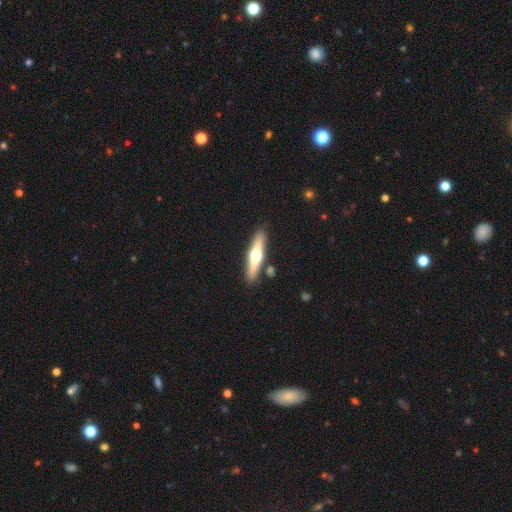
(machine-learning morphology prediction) smooth-or-featured: featured or disk: 57% | smooth: 38% | star or artifact: 5%
  disk-edge-on: yes: 94% | no: 6%
    edge-on-bulge: rounded: 94% | none: 3% | boxy: 2%
  merging: none: 85% | minor disturbance: 8% | merger: 4% | major disturbance: 2%